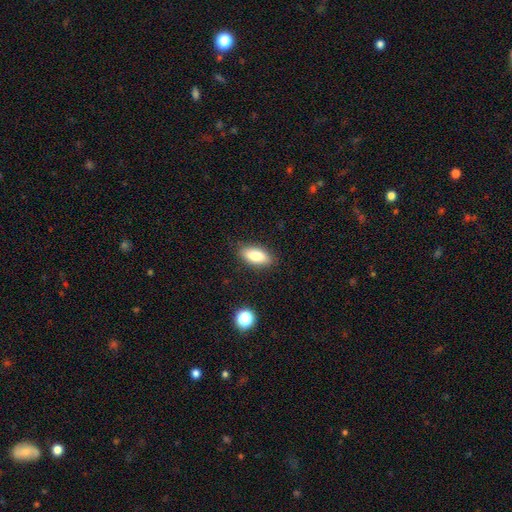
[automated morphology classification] smooth_or_featured: smooth (p=0.82) [alt: featured or disk p=0.11]
how_rounded: in between (p=0.84) [alt: cigar-shaped p=0.12]
merging: none (p=0.84) [alt: minor disturbance p=0.12]